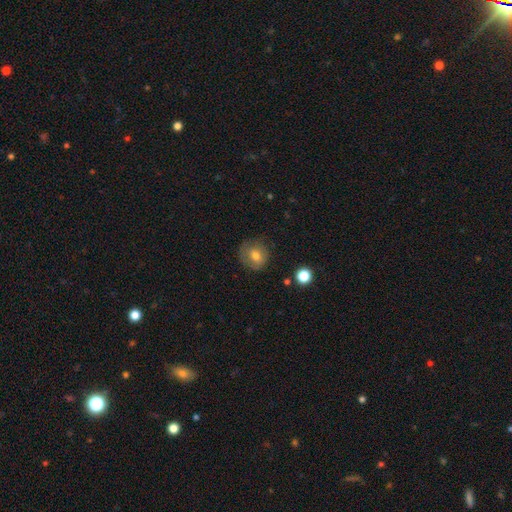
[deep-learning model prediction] Smooth or featured?
  - smooth: 69% *
  - featured or disk: 21%
  - star or artifact: 9%
How rounded?
  - round: 85% *
  - in between: 14%
  - cigar-shaped: 1%
Merging?
  - none: 72% *
  - minor disturbance: 19%
  - major disturbance: 7%
  - merger: 2%